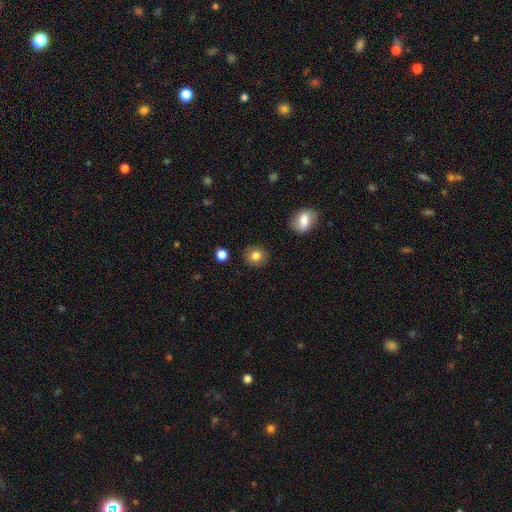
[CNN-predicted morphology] Q: Smooth or featured?
A: smooth (82%); runner-up: star or artifact (10%)
Q: How rounded?
A: round (85%); runner-up: in between (14%)
Q: Merging?
A: none (89%); runner-up: minor disturbance (7%)